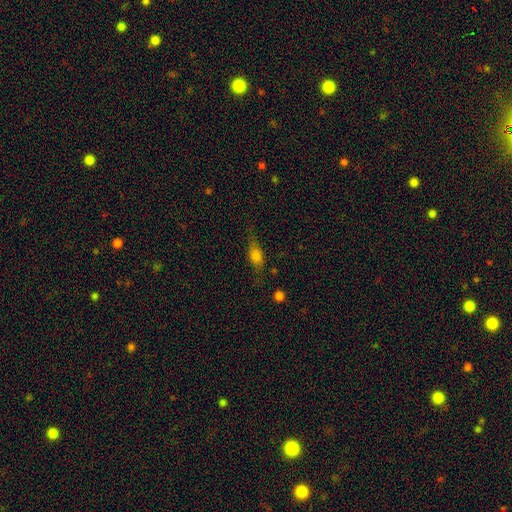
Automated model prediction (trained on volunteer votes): Overall: smooth (66%). How rounded: in between (69%). Merging: none (62%; minor disturbance 25%).